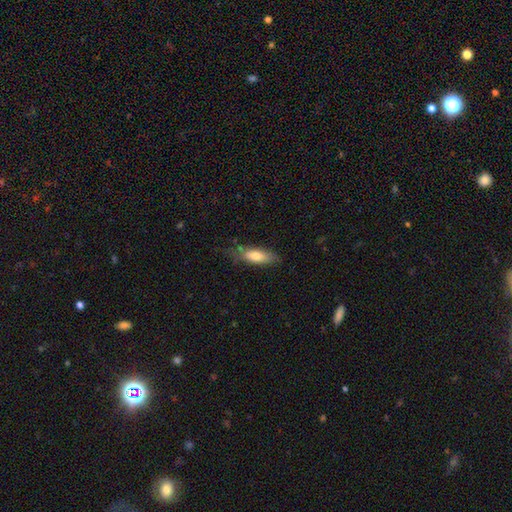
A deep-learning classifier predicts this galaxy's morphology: smooth-or-featured: smooth: 70% | featured or disk: 23% | star or artifact: 7%
  how-rounded: in between: 59% | cigar-shaped: 39% | round: 2%
  merging: none: 60% | minor disturbance: 28% | major disturbance: 9% | merger: 3%